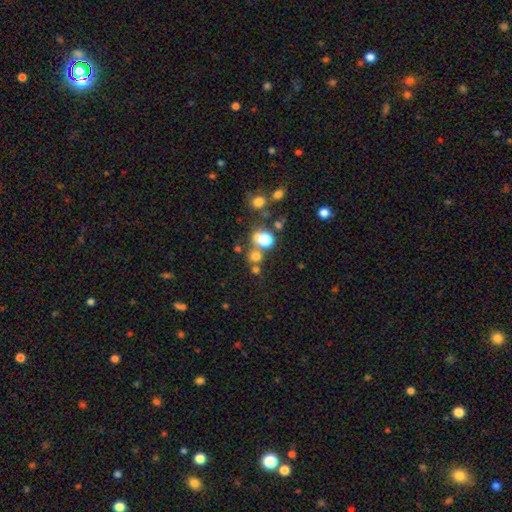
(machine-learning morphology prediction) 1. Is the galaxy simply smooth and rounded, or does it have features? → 63% smooth, 26% star or artifact, 10% featured or disk.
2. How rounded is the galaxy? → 79% round, 20% in between, 1% cigar-shaped.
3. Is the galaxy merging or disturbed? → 57% none, 29% merger, 9% minor disturbance, 6% major disturbance.